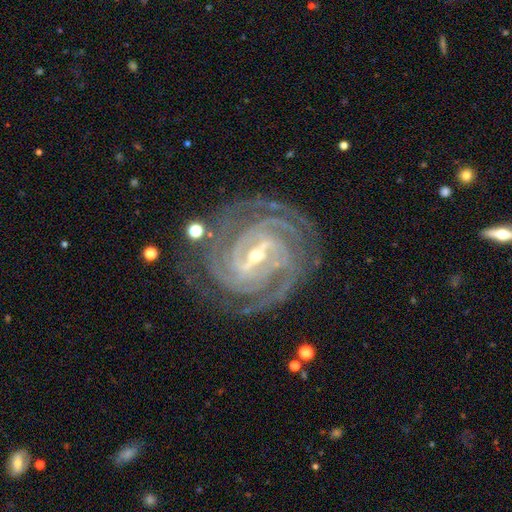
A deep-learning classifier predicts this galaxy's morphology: A featured or disk galaxy (94%) with a strong bar (64%), 4 (31%) tight (84%) spiral arms (99%) and a small central bulge (62%).

Vote fractions:
- Smooth or featured? featured or disk: 94% / star or artifact: 4% / smooth: 2%
- Edge-on disk? no: 97% / yes: 3%
- Bar? strong: 64% / weak: 29% / no: 7%
- Spiral arms? yes: 99% / no: 1%
- Spiral winding? tight: 84% / medium: 15% / loose: 2%
- Spiral arm count? 4: 31% / 3: 26% / 2: 17% / can't tell: 11% / more than 4: 10% / 1: 6%
- Bulge size? small: 62% / moderate: 35% / large: 1% / none: 1% / dominant: 1%
- Merging? none: 81% / minor disturbance: 13% / major disturbance: 4% / merger: 2%